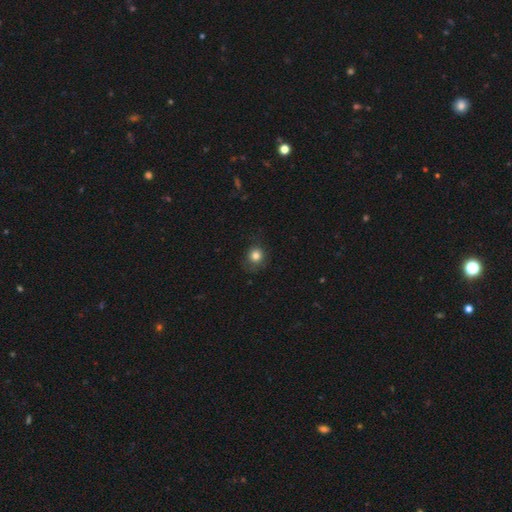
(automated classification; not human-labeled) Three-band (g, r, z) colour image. It shows a smooth galaxy with no disk features (82%) that is round (82%). Merging: none (75%).